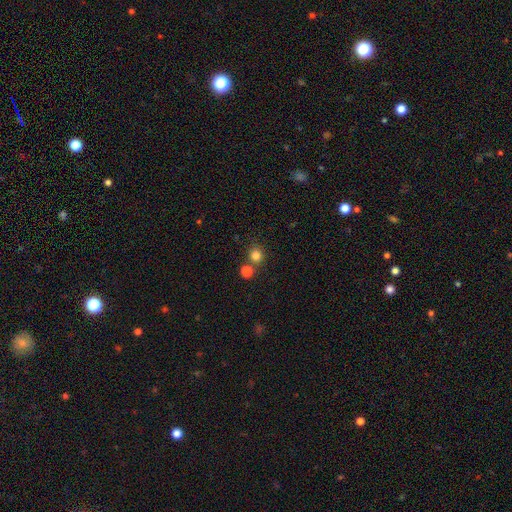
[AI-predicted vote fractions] The model was most divided on "merging": none: 72%, merger: 18%, minor disturbance: 7%, major disturbance: 3%. More confident: how rounded — round (90%); smooth or featured — smooth (80%).